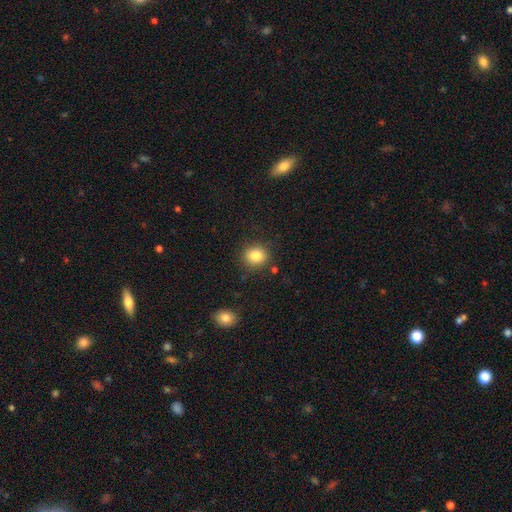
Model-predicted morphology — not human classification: This appears to be a smooth galaxy with no disk features (84%) that is round (80%). Merging: none (85%).